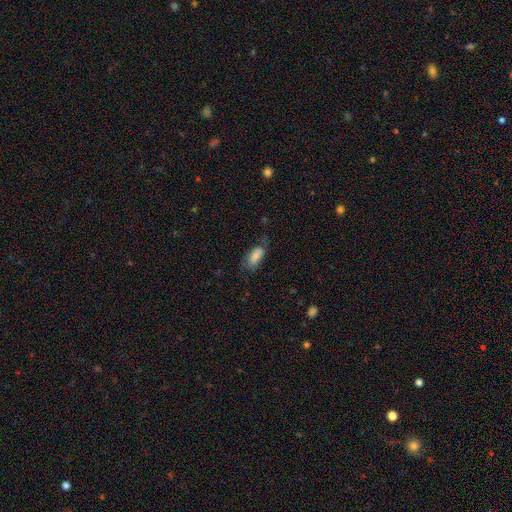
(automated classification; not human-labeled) This is likely a smooth galaxy (75%). How rounded: clearly in between (86%). Merging: possibly none (52%).